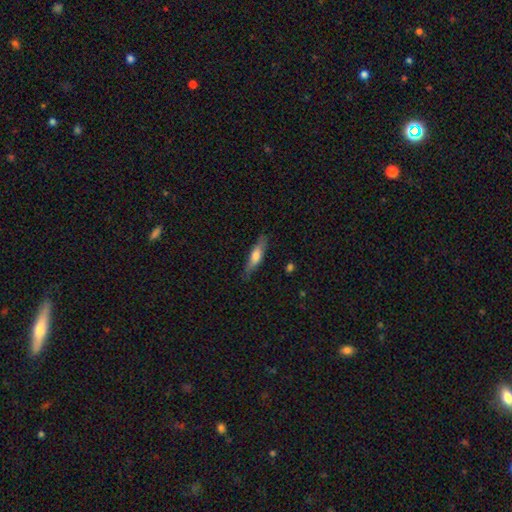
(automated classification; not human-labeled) Smooth or featured? smooth (62%)
How rounded? cigar-shaped (71%)
Merging? none (81%)